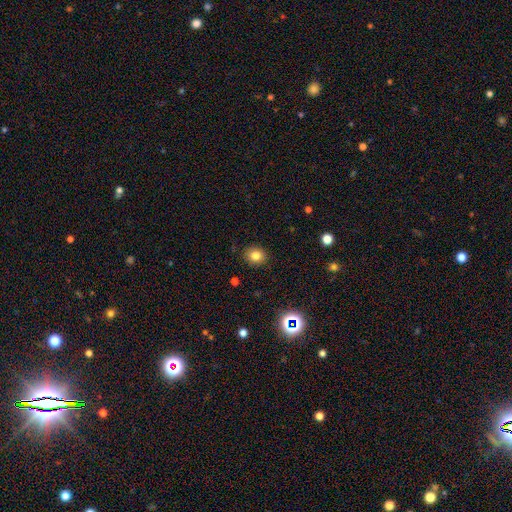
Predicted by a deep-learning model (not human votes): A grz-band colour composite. It shows a smooth galaxy with no disk features (80%) that is round (68%). Merging: none (88%).